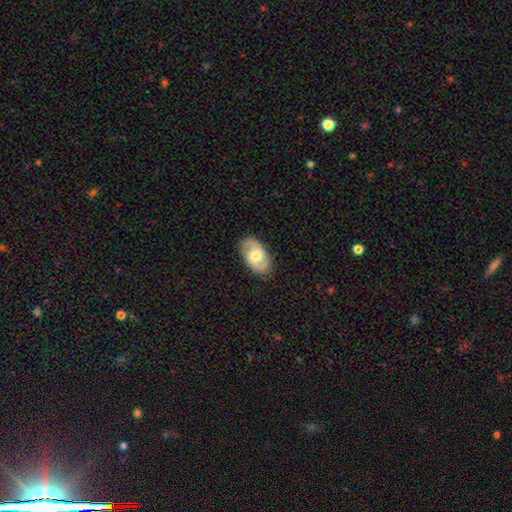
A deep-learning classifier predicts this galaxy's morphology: The model was most divided on "bar": no: 51%, weak: 40%, strong: 8%. More confident: edge-on disk — no (95%); merging — none (84%); spiral arms — yes (84%); bulge size — moderate (65%); smooth or featured — featured or disk (58%).